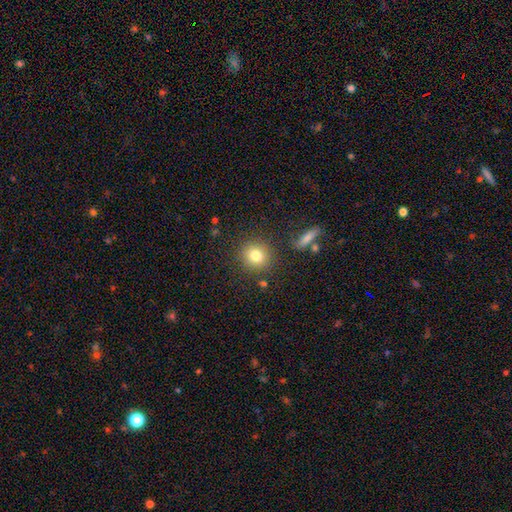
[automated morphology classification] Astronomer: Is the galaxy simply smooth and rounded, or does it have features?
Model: smooth — 81%.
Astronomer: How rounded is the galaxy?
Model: round — 89%.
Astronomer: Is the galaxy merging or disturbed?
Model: none — 85%.